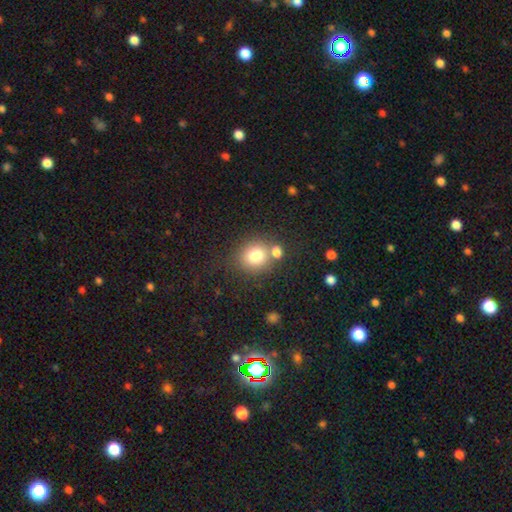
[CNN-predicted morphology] smooth-or-featured: smooth: 78% | star or artifact: 12% | featured or disk: 11%
  how-rounded: round: 83% | in between: 16% | cigar-shaped: 1%
  merging: none: 60% | merger: 26% | minor disturbance: 10% | major disturbance: 4%